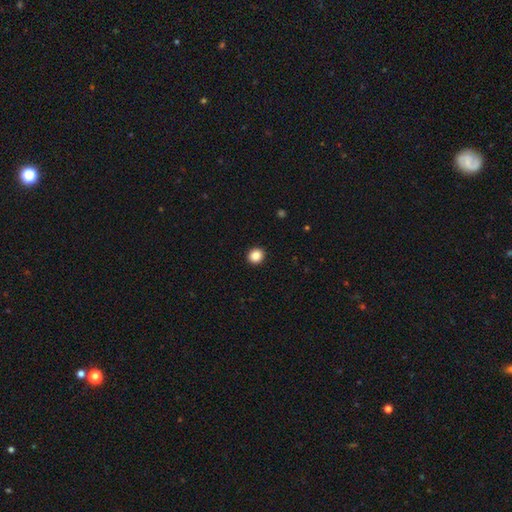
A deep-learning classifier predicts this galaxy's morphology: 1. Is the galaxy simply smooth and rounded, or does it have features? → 87% smooth, 10% star or artifact, 3% featured or disk.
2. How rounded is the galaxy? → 87% round, 12% in between, 1% cigar-shaped.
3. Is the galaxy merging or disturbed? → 93% none, 5% minor disturbance, 2% major disturbance, 1% merger.